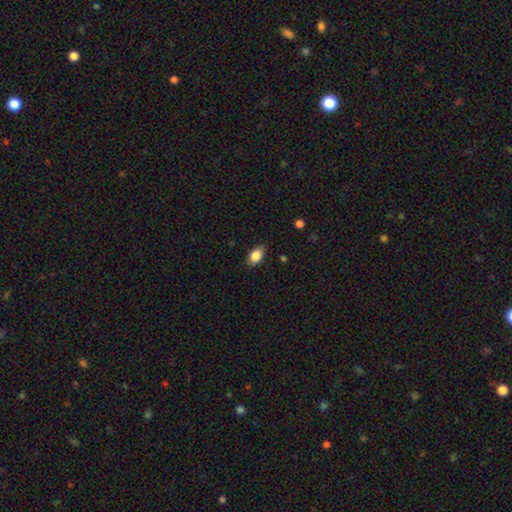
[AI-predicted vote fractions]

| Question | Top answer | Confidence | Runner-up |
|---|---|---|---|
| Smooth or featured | smooth | 86% | star or artifact (8%) |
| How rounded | in between | 88% | round (10%) |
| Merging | none | 82% | minor disturbance (15%) |